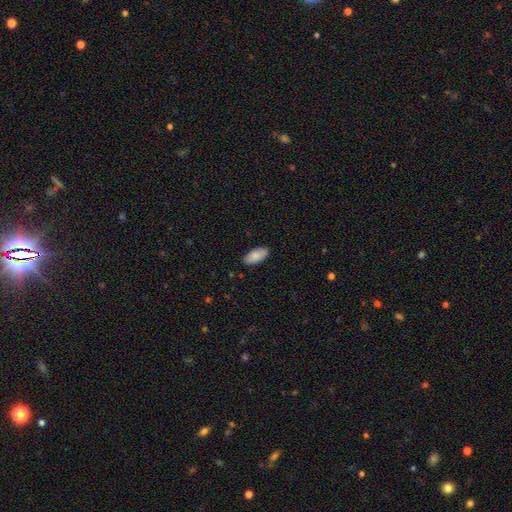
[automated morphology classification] Smooth or featured? Predicted: smooth (p=0.85). How rounded? Predicted: in between (p=0.92). Merging? Predicted: none (p=0.85).